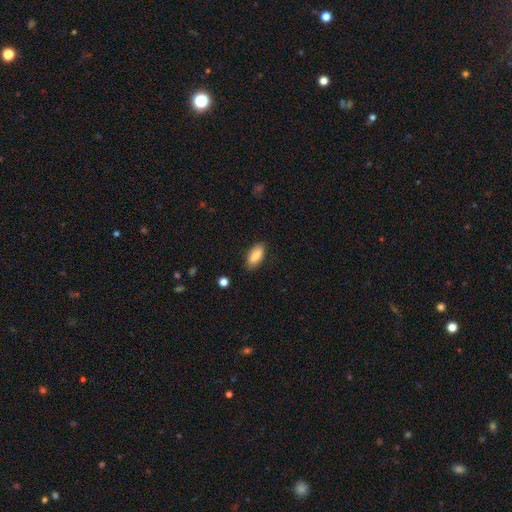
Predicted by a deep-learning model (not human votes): A smooth galaxy with no disk features (84%) that is in between round and cigar-shaped (81%). Merging: none (83%).